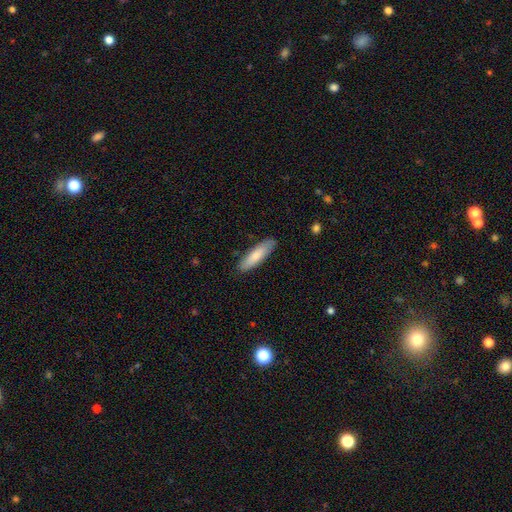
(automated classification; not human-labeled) smooth_or_featured: smooth (p=0.78) [alt: featured or disk p=0.17]
how_rounded: cigar-shaped (p=0.59) [alt: in between p=0.39]
merging: none (p=0.86) [alt: minor disturbance p=0.11]